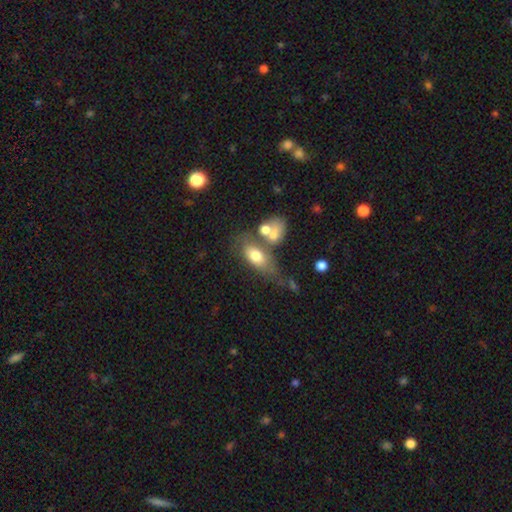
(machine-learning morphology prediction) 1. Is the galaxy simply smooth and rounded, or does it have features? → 69% smooth, 22% featured or disk, 9% star or artifact.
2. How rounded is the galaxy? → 82% in between, 9% round, 8% cigar-shaped.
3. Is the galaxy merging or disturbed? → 39% none, 33% merger, 17% minor disturbance, 12% major disturbance.